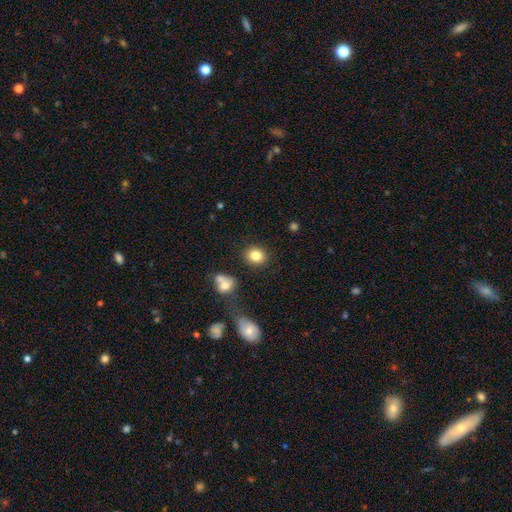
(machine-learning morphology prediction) Smooth or featured? smooth (83%)
How rounded? round (75%)
Merging? none (85%)